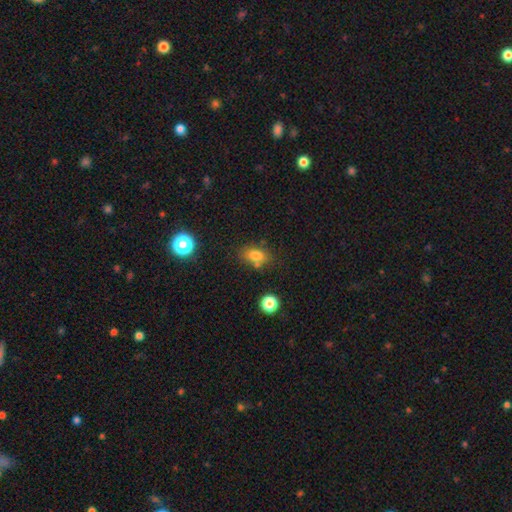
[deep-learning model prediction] Smooth or featured? smooth (78%)
How rounded? in between (76%)
Merging? none (66%)